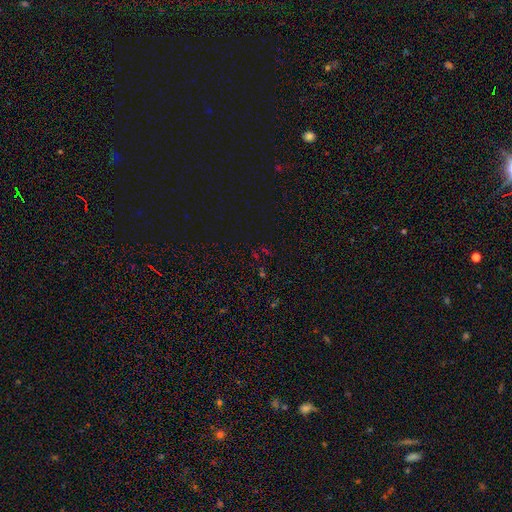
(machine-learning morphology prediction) Smooth or featured: star or artifact — 69% (smooth — 22%)